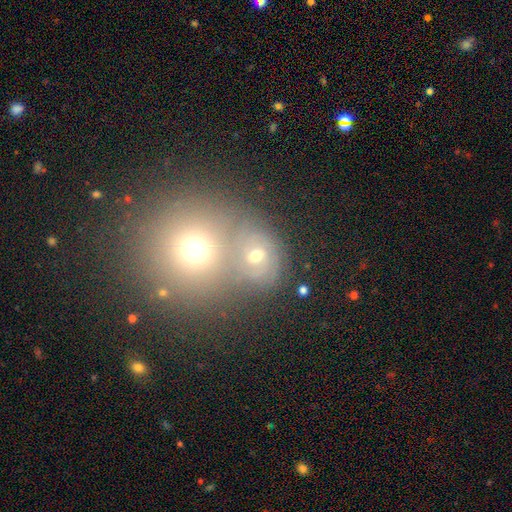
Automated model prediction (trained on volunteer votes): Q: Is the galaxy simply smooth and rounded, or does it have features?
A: smooth — 56%.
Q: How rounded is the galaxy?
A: round — 79%.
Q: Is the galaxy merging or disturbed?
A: merger — 51%.